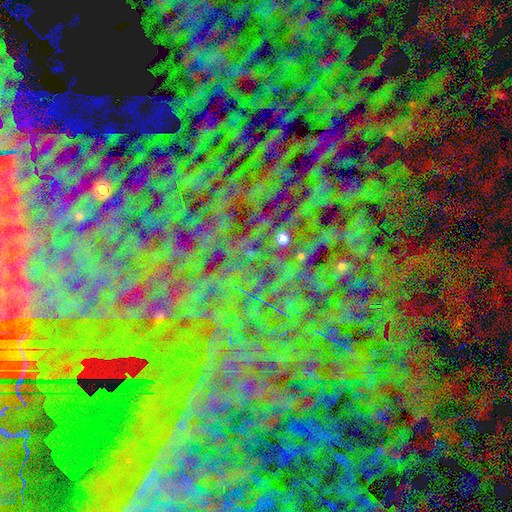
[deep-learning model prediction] Smooth or featured?
  - star or artifact: 86% *
  - featured or disk: 7%
  - smooth: 7%